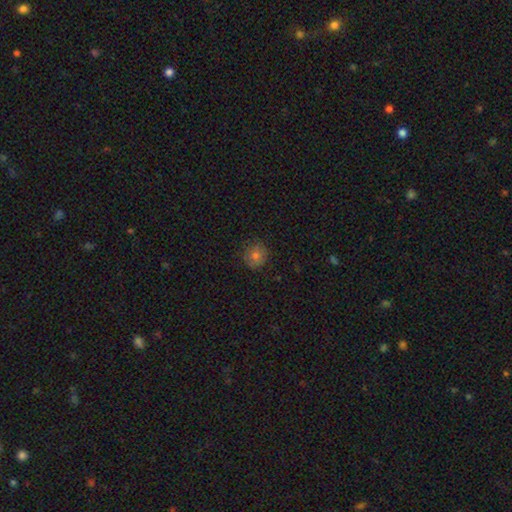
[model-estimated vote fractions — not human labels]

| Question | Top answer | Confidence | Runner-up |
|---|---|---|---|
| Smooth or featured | smooth | 76% | star or artifact (13%) |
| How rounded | round | 87% | in between (12%) |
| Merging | none | 83% | minor disturbance (14%) |